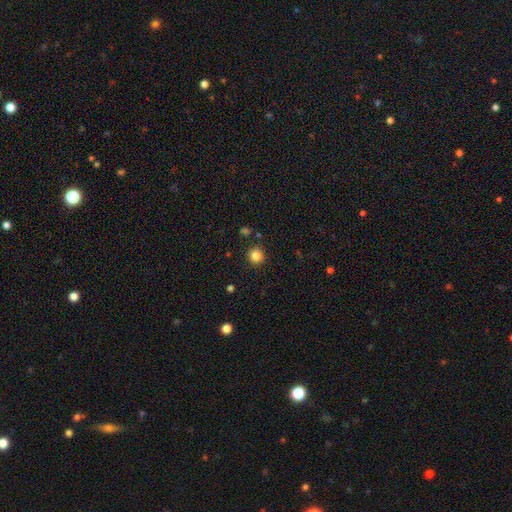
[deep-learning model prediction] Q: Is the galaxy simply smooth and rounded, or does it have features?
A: smooth — 84%.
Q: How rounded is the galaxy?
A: round — 94%.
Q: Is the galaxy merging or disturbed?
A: none — 90%.